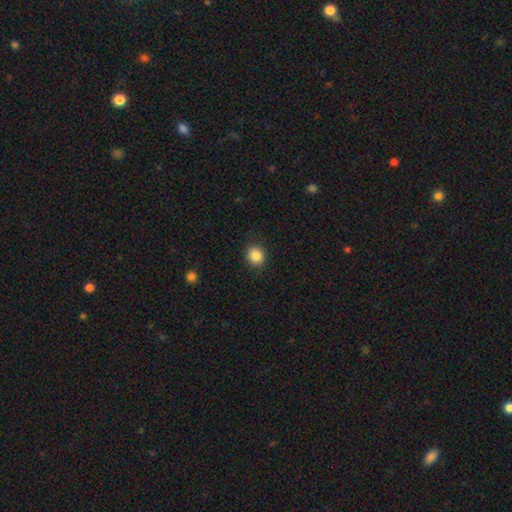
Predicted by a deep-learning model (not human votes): Smooth or featured? Predicted: smooth (p=0.87). How rounded? Predicted: round (p=0.74). Merging? Predicted: none (p=0.88).